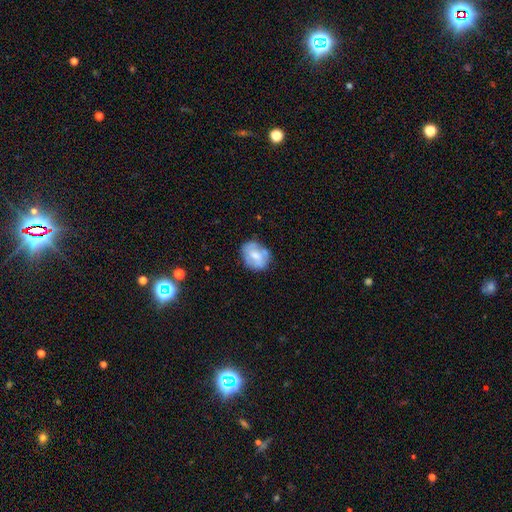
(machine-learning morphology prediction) Smooth or featured: smooth — 53% (featured or disk — 40%)
How rounded: round — 51% (in between — 48%)
Merging: none — 66% (minor disturbance — 23%)